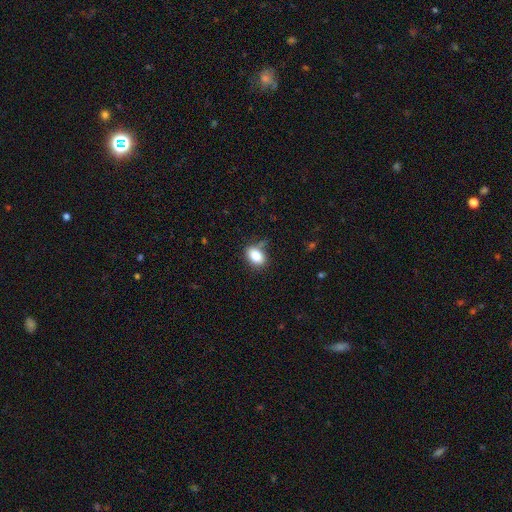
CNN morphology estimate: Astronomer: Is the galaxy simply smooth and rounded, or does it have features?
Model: smooth — 84%.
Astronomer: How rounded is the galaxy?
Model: in between — 85%.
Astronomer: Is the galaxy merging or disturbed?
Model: none — 74%.